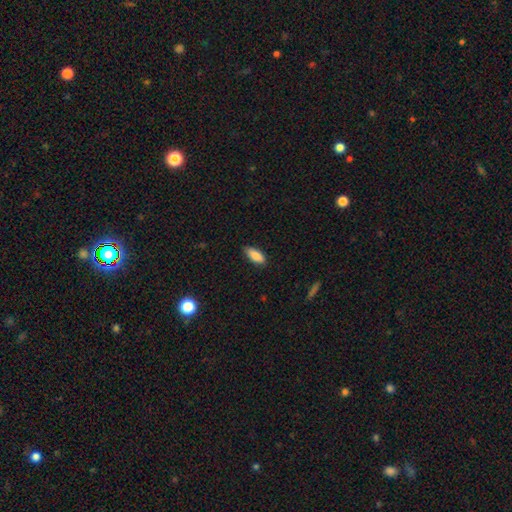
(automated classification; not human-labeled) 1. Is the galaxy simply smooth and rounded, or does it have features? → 86% smooth, 7% featured or disk, 6% star or artifact.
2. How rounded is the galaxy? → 80% in between, 18% cigar-shaped, 2% round.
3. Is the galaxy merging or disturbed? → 85% none, 12% minor disturbance, 2% major disturbance, 1% merger.